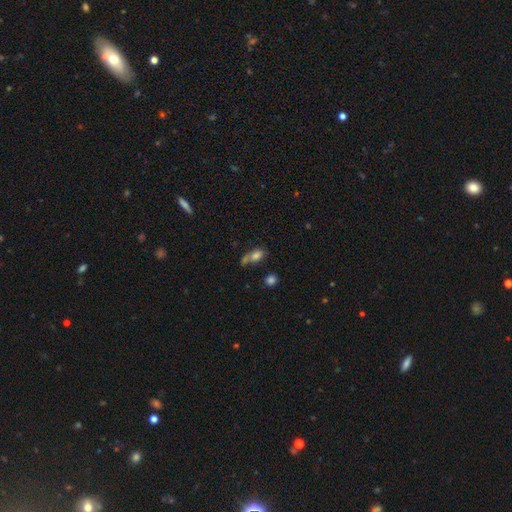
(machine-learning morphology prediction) Overall: smooth (74%). How rounded: in between (74%). Merging: none (40%; merger 32%).